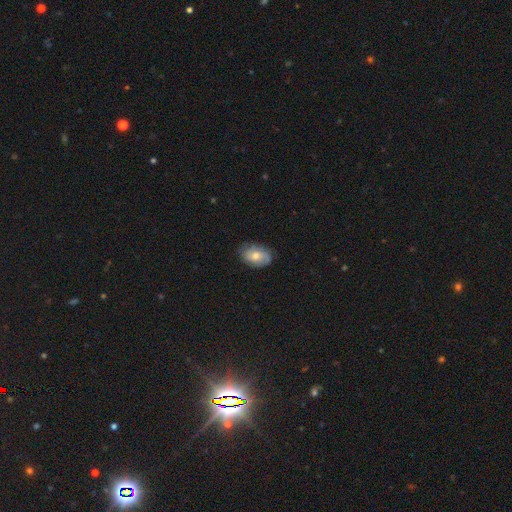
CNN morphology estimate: A smooth galaxy with no disk features (52%) that is in between round and cigar-shaped (86%). Merging: none (78%).